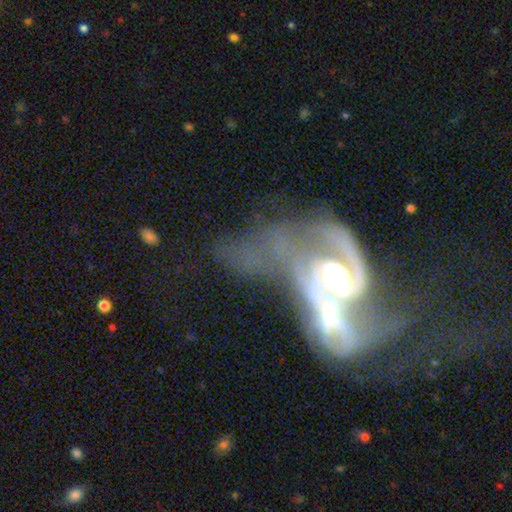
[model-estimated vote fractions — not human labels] Smooth or featured?
  - featured or disk: 81% *
  - smooth: 10%
  - star or artifact: 9%
Edge-on disk?
  - no: 94% *
  - yes: 6%
Bar?
  - no: 51% *
  - weak: 31%
  - strong: 18%
Spiral arms?
  - yes: 80% *
  - no: 20%
Spiral winding?
  - loose: 47% *
  - medium: 35%
  - tight: 19%
Spiral arm count?
  - 2: 58% *
  - can't tell: 20%
  - 1: 11%
  - 3: 5%
  - 4: 3%
  - more than 4: 3%
Bulge size?
  - moderate: 59% *
  - large: 19%
  - small: 15%
  - none: 4%
  - dominant: 3%
Merging?
  - merger: 67% *
  - major disturbance: 19%
  - none: 8%
  - minor disturbance: 6%